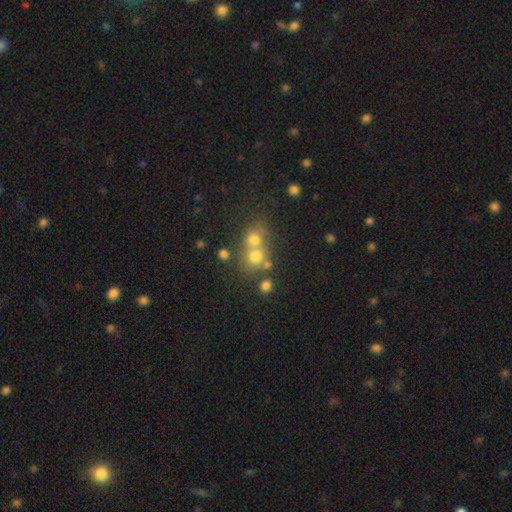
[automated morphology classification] Smooth or featured: smooth — 65% (star or artifact — 18%)
How rounded: round — 81% (in between — 18%)
Merging: merger — 52% (none — 37%)